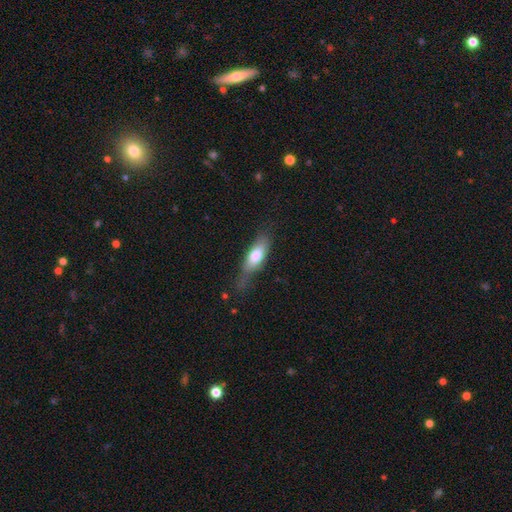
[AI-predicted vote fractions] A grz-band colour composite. It shows a smooth galaxy with no disk features (69%) that is in between round and cigar-shaped (66%). Merging: none (51%).